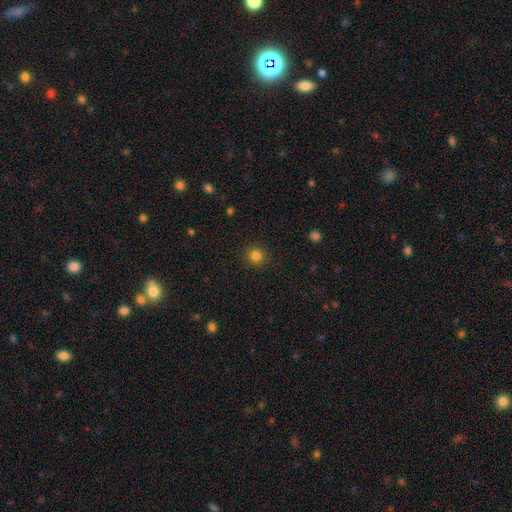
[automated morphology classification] Smooth or featured? Predicted: smooth (p=0.83). How rounded? Predicted: round (p=0.93). Merging? Predicted: none (p=0.91).